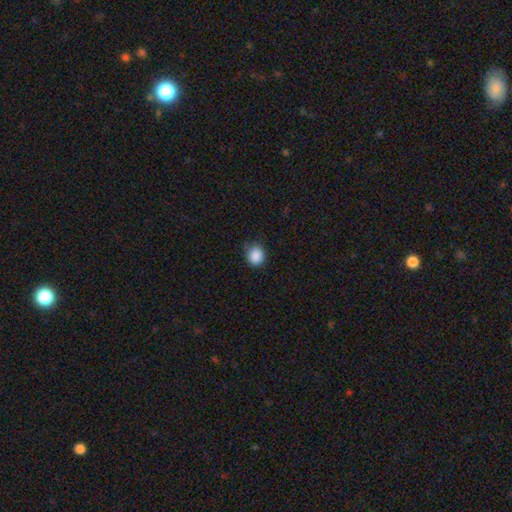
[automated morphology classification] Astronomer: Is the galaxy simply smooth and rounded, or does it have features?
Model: smooth — 88%.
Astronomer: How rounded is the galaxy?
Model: round — 80%.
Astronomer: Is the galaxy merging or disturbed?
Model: none — 76%.